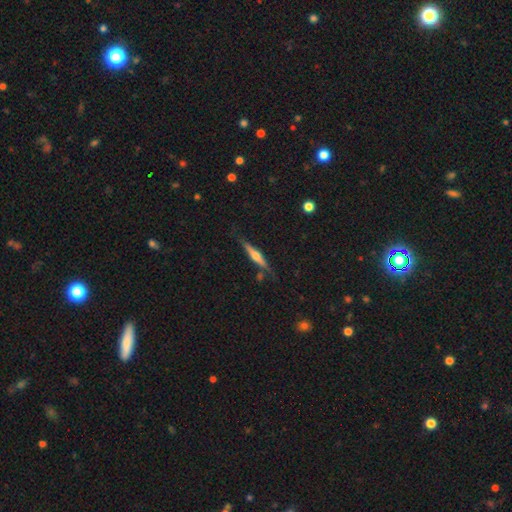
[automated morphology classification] Smooth or featured?
  - featured or disk: 68% *
  - smooth: 26%
  - star or artifact: 6%
Edge-on disk?
  - yes: 97% *
  - no: 3%
Edge-on bulge?
  - rounded: 88% *
  - boxy: 7%
  - none: 5%
Merging?
  - none: 81% *
  - minor disturbance: 13%
  - merger: 3%
  - major disturbance: 3%